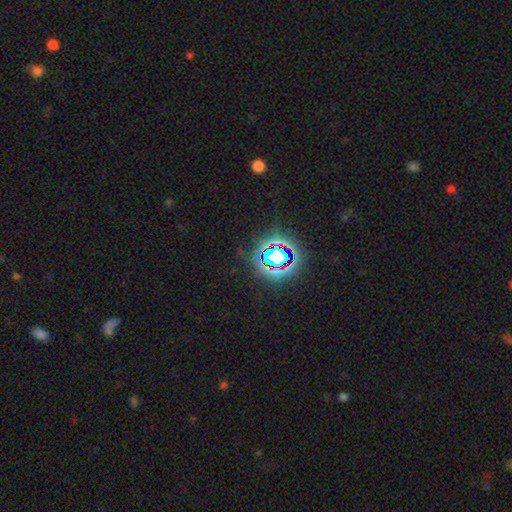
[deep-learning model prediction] Smooth or featured: star or artifact — 80% (smooth — 12%)